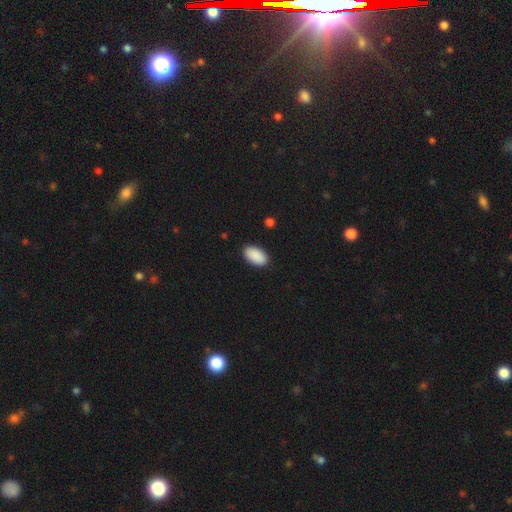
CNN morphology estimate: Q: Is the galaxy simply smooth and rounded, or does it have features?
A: smooth — 91%.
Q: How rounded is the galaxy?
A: in between — 96%.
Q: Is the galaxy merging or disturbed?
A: none — 89%.